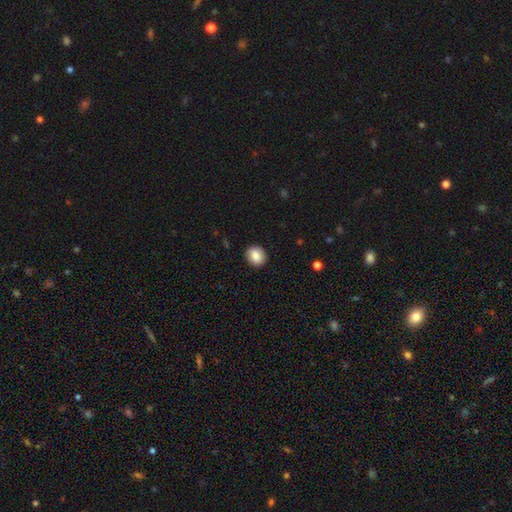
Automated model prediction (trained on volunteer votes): A smooth galaxy with no disk features (86%) that is round (81%).

Vote fractions:
- Smooth or featured? smooth: 86% / star or artifact: 8% / featured or disk: 6%
- How rounded? round: 81% / in between: 18% / cigar-shaped: 1%
- Merging? none: 91% / minor disturbance: 6% / major disturbance: 2% / merger: 1%